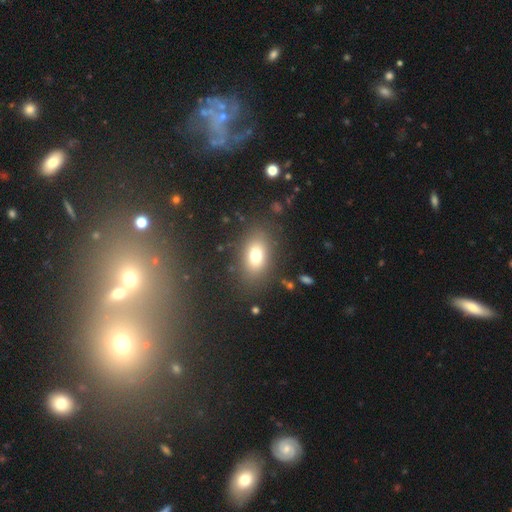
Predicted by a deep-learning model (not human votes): This is likely a smooth galaxy (73%). How rounded: clearly in between (82%). Merging: clearly none (82%).